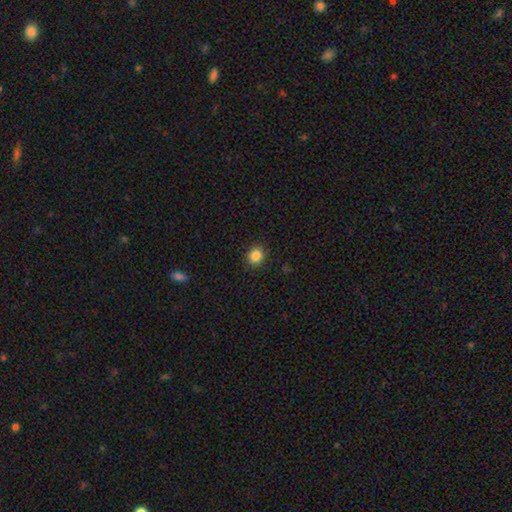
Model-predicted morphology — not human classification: The model was most divided on "how rounded": round: 80%, in between: 20%, cigar-shaped: 1%. More confident: merging — none (90%); smooth or featured — smooth (85%).